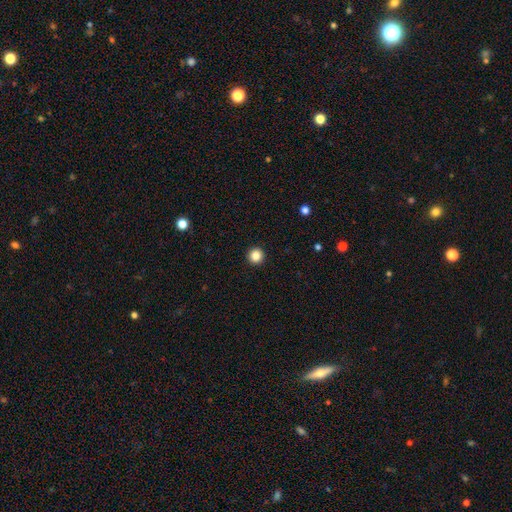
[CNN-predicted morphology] Q: Smooth or featured?
A: smooth (85%); runner-up: star or artifact (11%)
Q: How rounded?
A: round (96%); runner-up: in between (3%)
Q: Merging?
A: none (94%); runner-up: minor disturbance (3%)